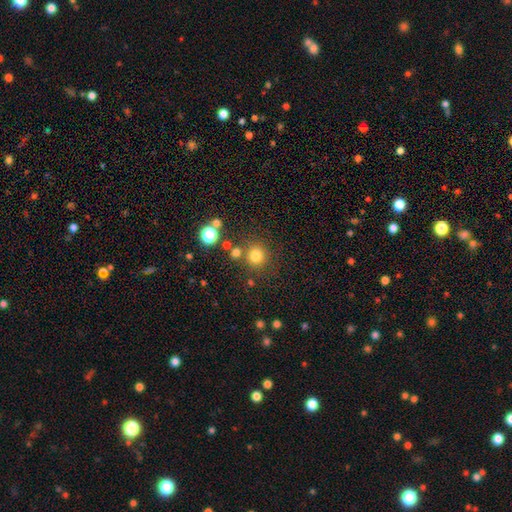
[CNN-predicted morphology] Q: Smooth or featured?
A: smooth (78%); runner-up: star or artifact (16%)
Q: How rounded?
A: round (92%); runner-up: in between (7%)
Q: Merging?
A: none (78%); runner-up: merger (9%)